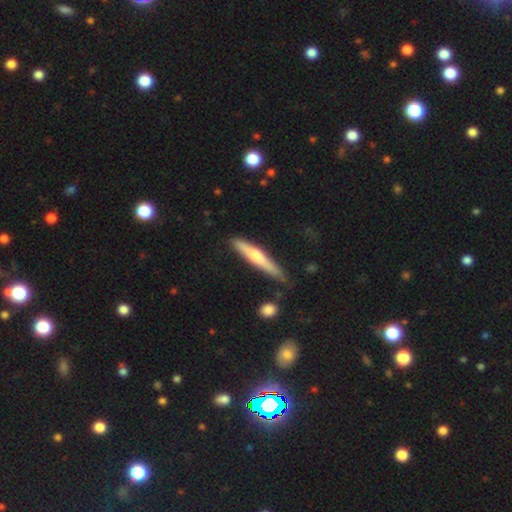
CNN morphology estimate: Smooth or featured? Predicted: smooth (p=0.51). How rounded? Predicted: cigar-shaped (p=0.92). Merging? Predicted: none (p=0.78).